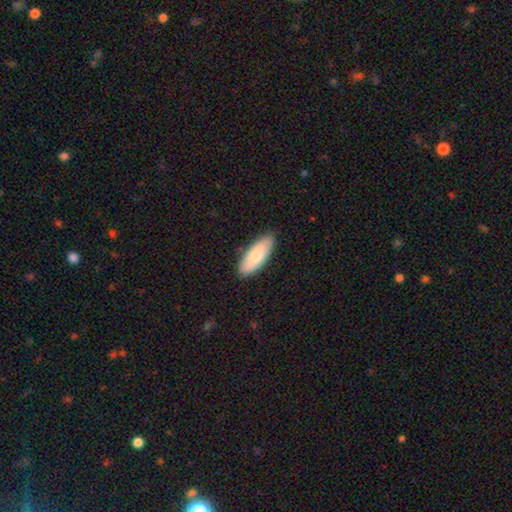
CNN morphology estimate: Smooth or featured? smooth (79%)
How rounded? in between (74%)
Merging? none (86%)